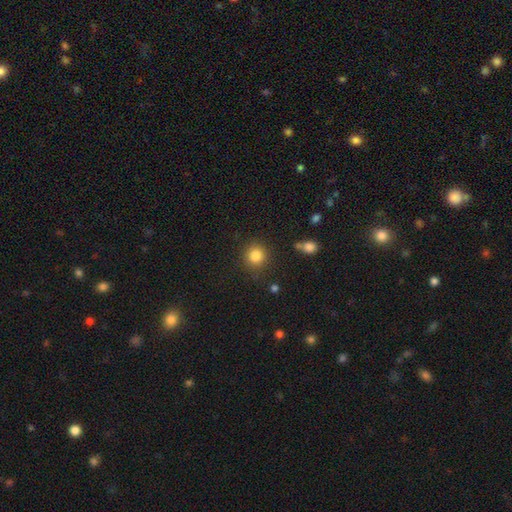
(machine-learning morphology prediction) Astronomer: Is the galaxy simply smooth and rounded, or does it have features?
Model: smooth — 85%.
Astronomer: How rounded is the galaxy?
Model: round — 92%.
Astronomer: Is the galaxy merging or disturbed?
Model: none — 87%.